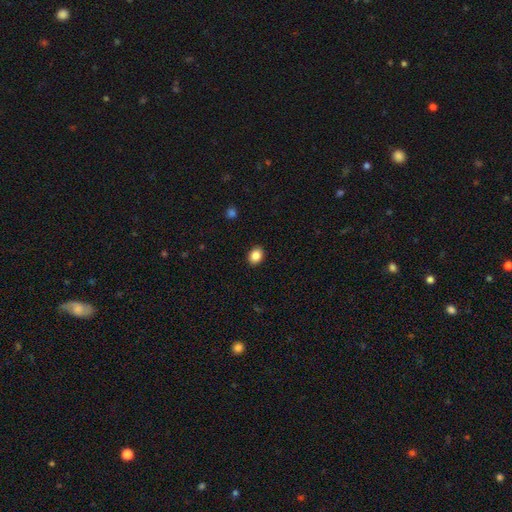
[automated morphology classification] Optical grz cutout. It shows a smooth galaxy with no disk features (86%) that is in between round and cigar-shaped (56%). Merging: none (90%).